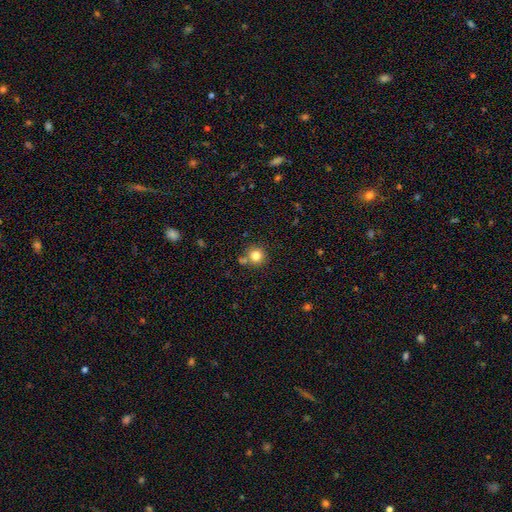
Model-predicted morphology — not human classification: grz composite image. It shows a smooth galaxy with no disk features (81%) that is round (94%). Merging: none (77%).